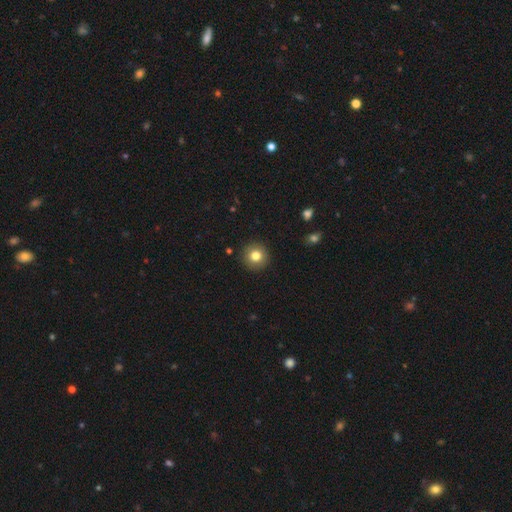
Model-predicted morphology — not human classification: Q: Smooth or featured?
A: smooth (81%); runner-up: star or artifact (10%)
Q: How rounded?
A: round (95%); runner-up: in between (4%)
Q: Merging?
A: none (92%); runner-up: minor disturbance (5%)